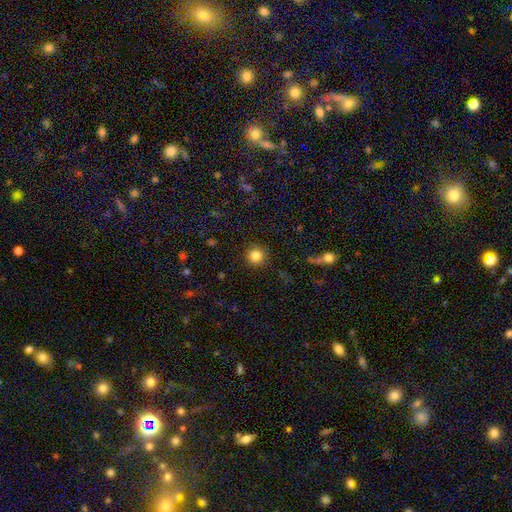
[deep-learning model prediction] Smooth or featured? smooth (85%)
How rounded? round (95%)
Merging? none (91%)